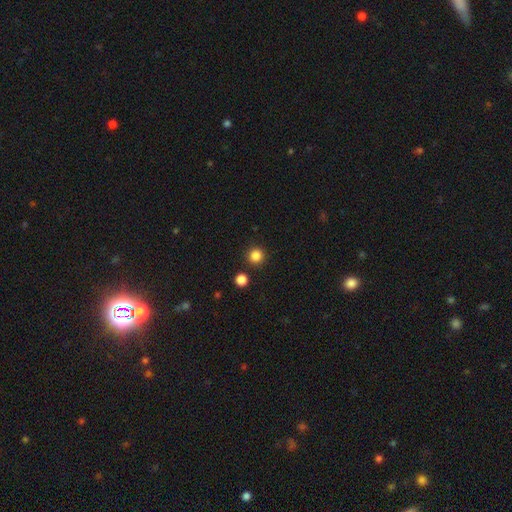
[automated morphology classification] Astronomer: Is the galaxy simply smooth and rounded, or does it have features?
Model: smooth — 85%.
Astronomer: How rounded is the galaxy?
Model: round — 93%.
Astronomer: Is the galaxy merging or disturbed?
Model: none — 89%.